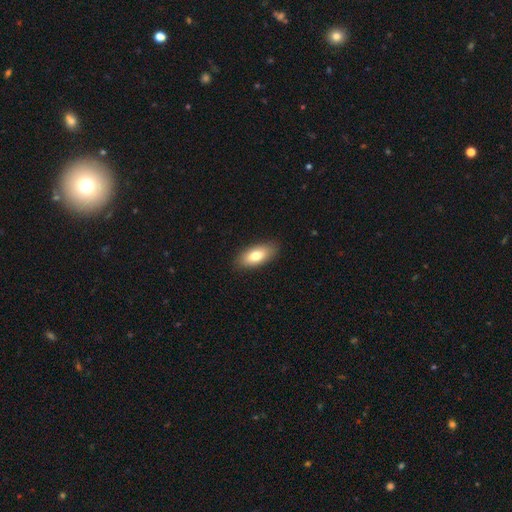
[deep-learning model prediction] smooth-or-featured: smooth: 78% | featured or disk: 16% | star or artifact: 7%
  how-rounded: in between: 87% | cigar-shaped: 10% | round: 3%
  merging: none: 88% | minor disturbance: 9% | major disturbance: 2% | merger: 1%